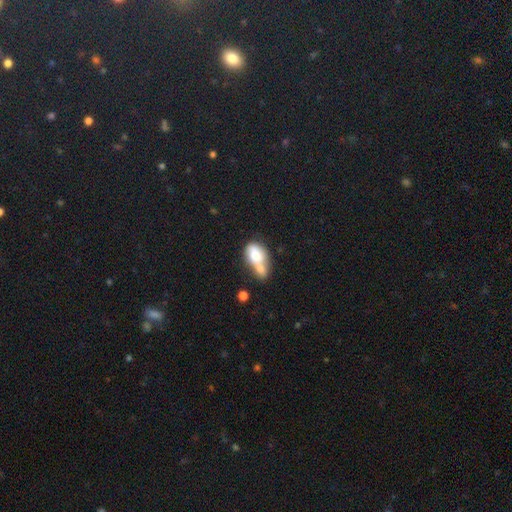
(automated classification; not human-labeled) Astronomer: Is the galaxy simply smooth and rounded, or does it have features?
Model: smooth — 67%.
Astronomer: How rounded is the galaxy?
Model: in between — 82%.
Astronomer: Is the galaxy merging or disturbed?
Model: merger — 65%.